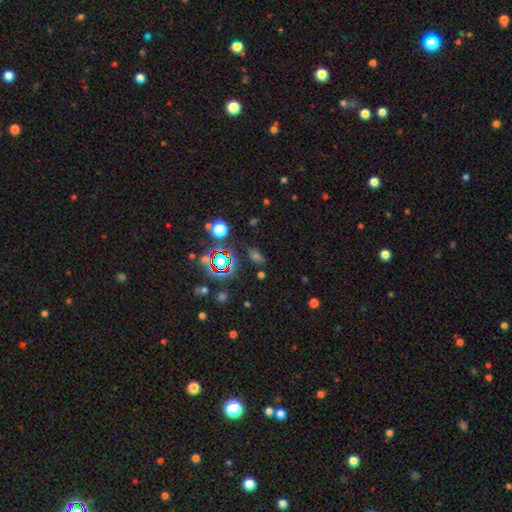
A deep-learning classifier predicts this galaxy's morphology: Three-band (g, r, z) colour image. It shows a star or artifact, not a galaxy (57%).